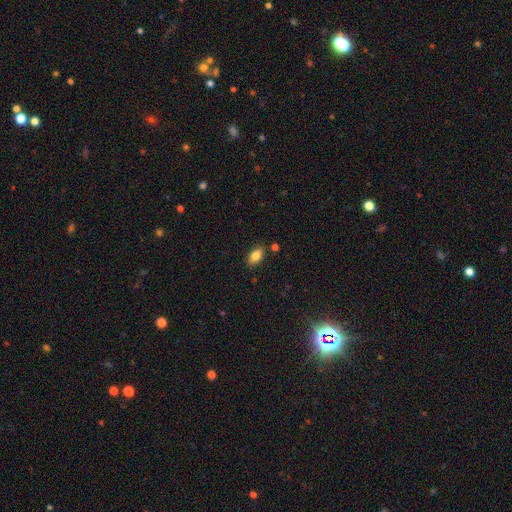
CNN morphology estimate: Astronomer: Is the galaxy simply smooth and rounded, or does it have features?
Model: smooth — 81%.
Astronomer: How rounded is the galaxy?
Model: in between — 89%.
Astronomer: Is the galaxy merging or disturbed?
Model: none — 84%.